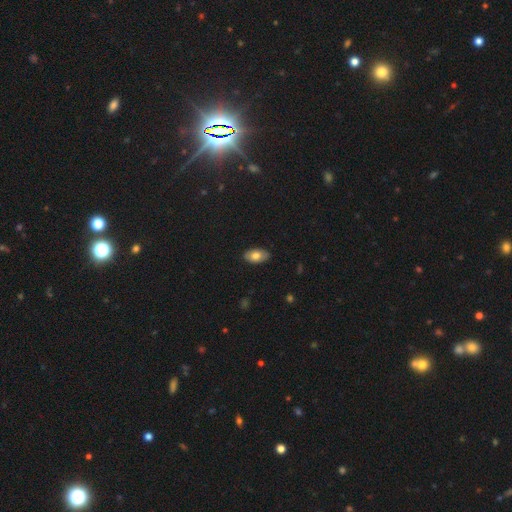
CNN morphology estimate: This is likely a smooth galaxy (77%). How rounded: clearly in between (94%). Merging: clearly none (87%).